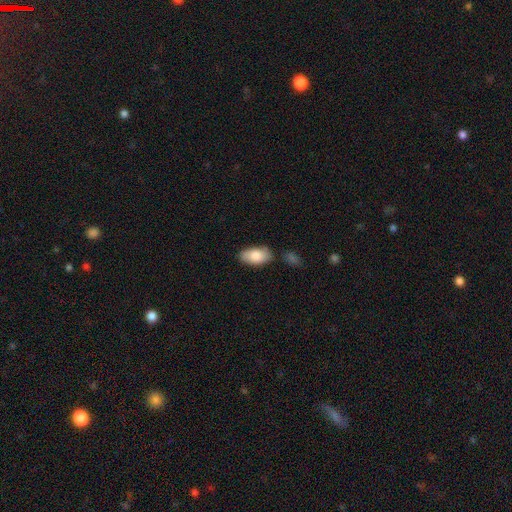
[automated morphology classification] type=smooth (83%); roundness=in between (94%); merging=none (74%).